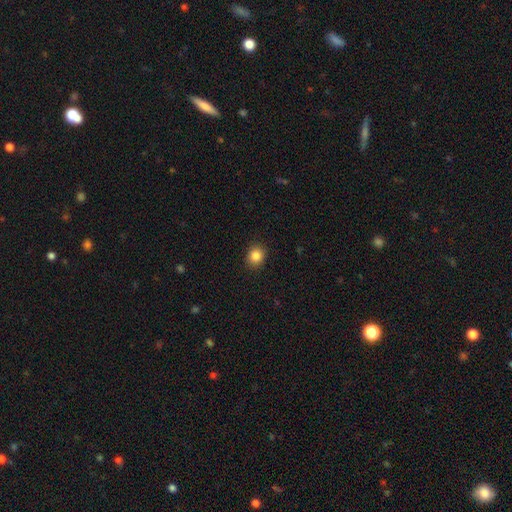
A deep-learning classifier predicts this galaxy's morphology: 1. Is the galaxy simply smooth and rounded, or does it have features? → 85% smooth, 10% star or artifact, 5% featured or disk.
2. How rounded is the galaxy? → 73% round, 26% in between, 1% cigar-shaped.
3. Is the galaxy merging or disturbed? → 90% none, 7% minor disturbance, 2% major disturbance, 1% merger.